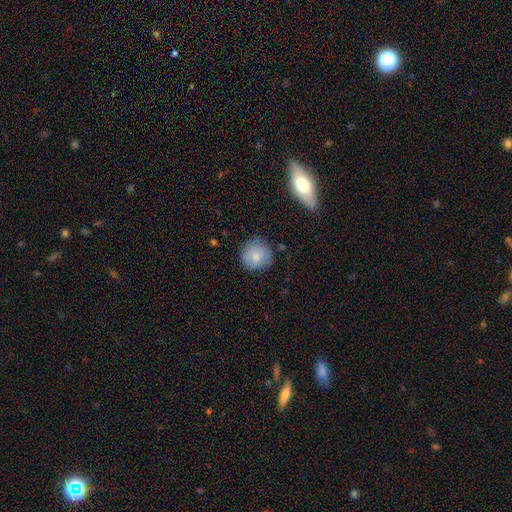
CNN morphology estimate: A smooth galaxy with no disk features (80%) that is round (92%). Merging: none (78%).